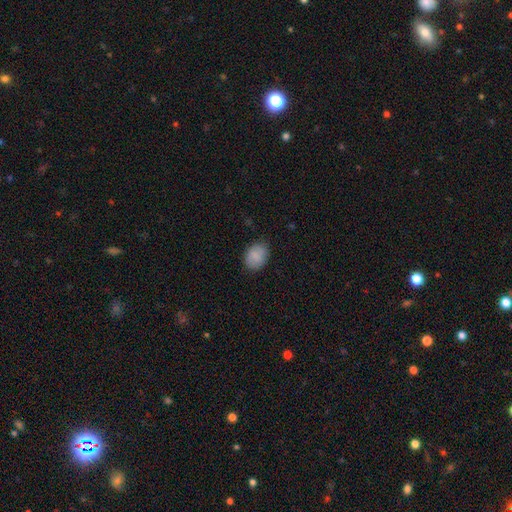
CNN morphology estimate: smooth-or-featured: smooth: 84% | featured or disk: 8% | star or artifact: 7%
  how-rounded: in between: 58% | round: 41% | cigar-shaped: 1%
  merging: none: 80% | minor disturbance: 16% | major disturbance: 3% | merger: 1%